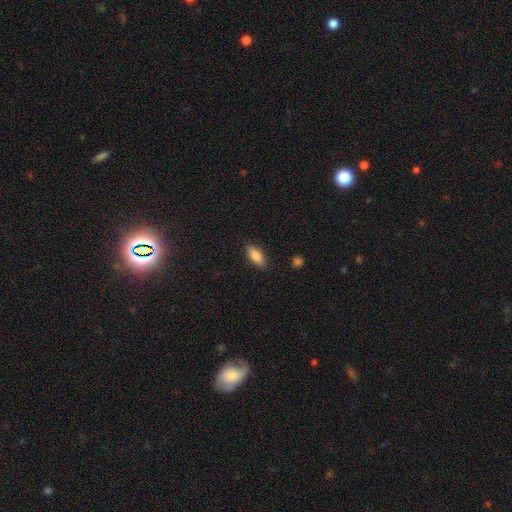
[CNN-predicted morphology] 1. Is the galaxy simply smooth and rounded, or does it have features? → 86% smooth, 7% featured or disk, 7% star or artifact.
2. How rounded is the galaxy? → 86% in between, 11% cigar-shaped, 3% round.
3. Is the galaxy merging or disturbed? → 87% none, 10% minor disturbance, 2% major disturbance, 1% merger.